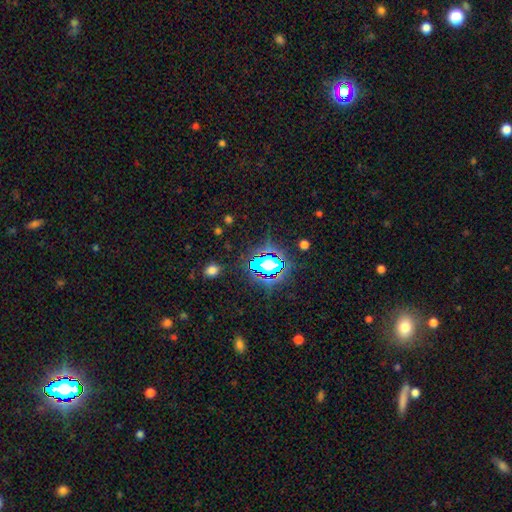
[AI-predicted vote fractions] A star or artifact, not a galaxy (80%).